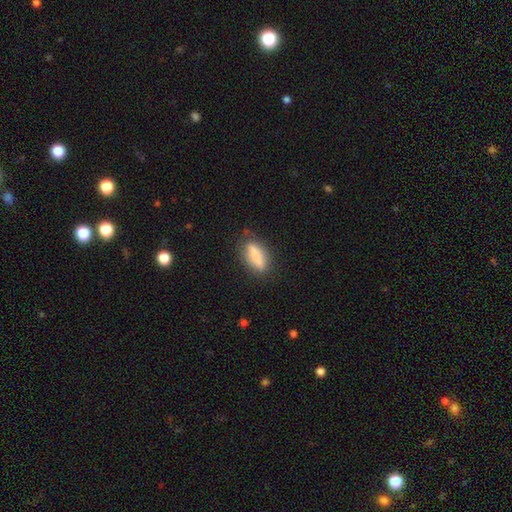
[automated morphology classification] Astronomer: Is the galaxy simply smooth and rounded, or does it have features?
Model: smooth — 76%.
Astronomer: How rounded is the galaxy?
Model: in between — 52% (runner-up: cigar-shaped, 45%).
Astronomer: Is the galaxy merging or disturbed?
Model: none — 76%.